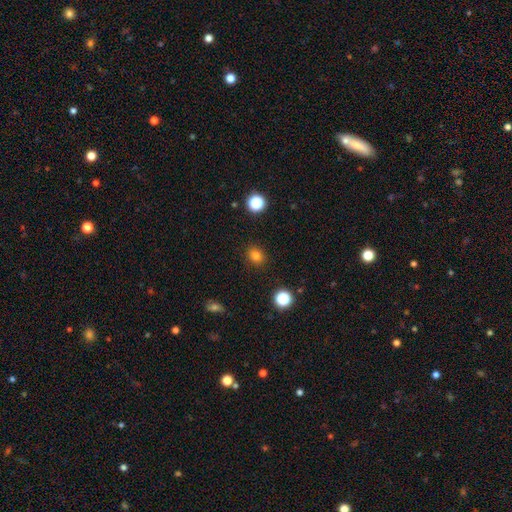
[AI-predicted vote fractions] smooth 80%, star or artifact 15%, featured or disk 5%. Down the decision tree: how rounded — round (70%); merging — none (89%).